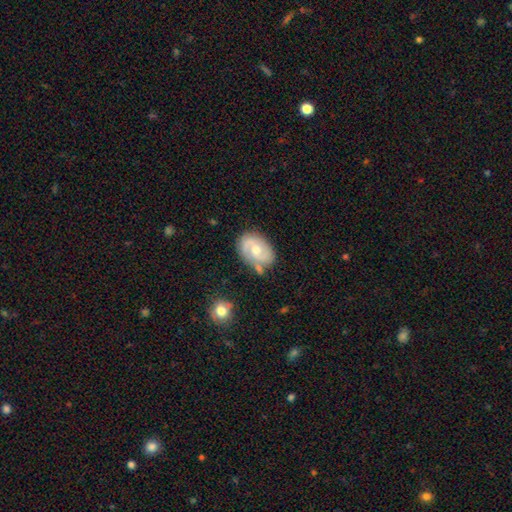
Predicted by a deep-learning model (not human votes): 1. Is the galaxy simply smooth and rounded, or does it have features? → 75% featured or disk, 19% smooth, 6% star or artifact.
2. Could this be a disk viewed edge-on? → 97% no, 3% yes.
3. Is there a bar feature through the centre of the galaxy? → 58% no, 36% weak, 6% strong.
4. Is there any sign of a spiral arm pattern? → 92% yes, 8% no.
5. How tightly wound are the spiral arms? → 47% medium, 36% tight, 17% loose.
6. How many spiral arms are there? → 82% 2, 9% can't tell, 5% 1, 3% 3, 1% 4, 1% more than 4.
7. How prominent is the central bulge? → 65% moderate, 29% small, 3% large, 1% none, 1% dominant.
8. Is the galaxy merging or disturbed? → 66% none, 21% minor disturbance, 7% merger, 6% major disturbance.